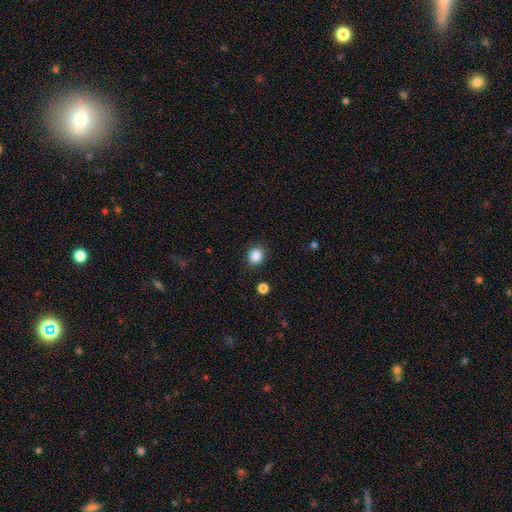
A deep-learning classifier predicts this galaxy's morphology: A smooth galaxy with no disk features (86%) that is round (73%). Merging: none (89%).